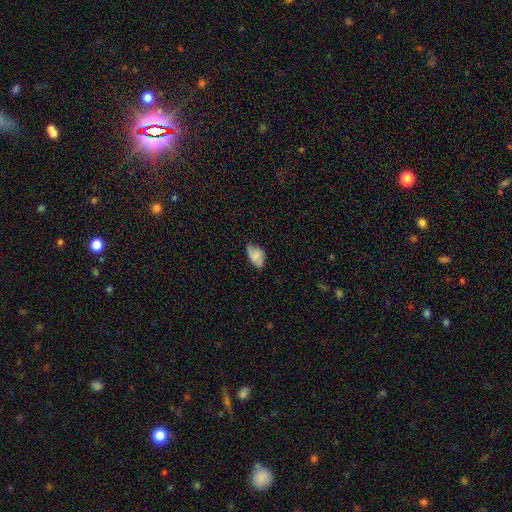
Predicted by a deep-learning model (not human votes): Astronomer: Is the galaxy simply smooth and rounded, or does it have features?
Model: smooth — 71%.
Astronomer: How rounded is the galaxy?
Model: in between — 91%.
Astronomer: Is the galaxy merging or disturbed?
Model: none — 54% (runner-up: minor disturbance, 36%).